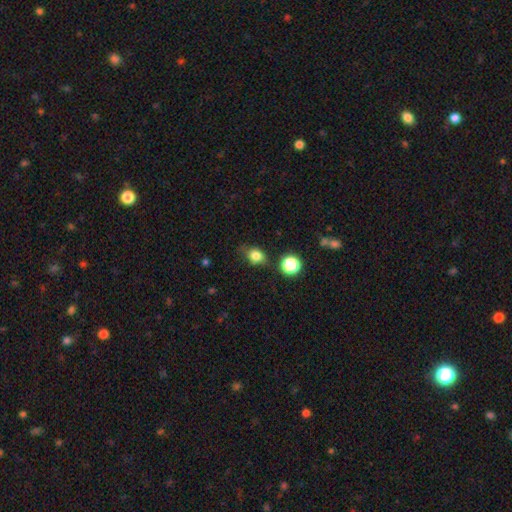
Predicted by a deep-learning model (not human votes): Overall: smooth (80%). How rounded: in between (52%; round 46%). Merging: none (65%).